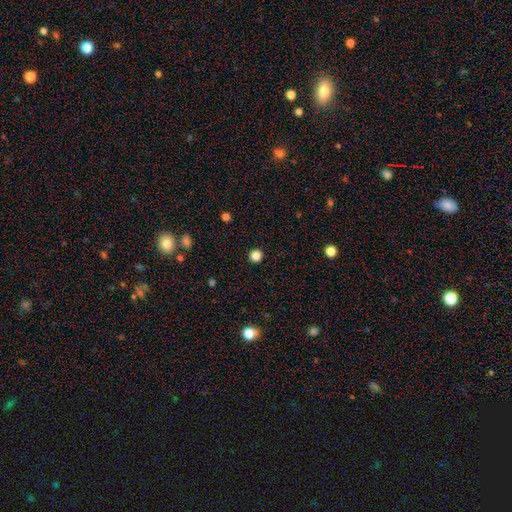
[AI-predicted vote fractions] smooth 84%, star or artifact 12%, featured or disk 3%. Down the decision tree: how rounded — round (94%); merging — none (93%).